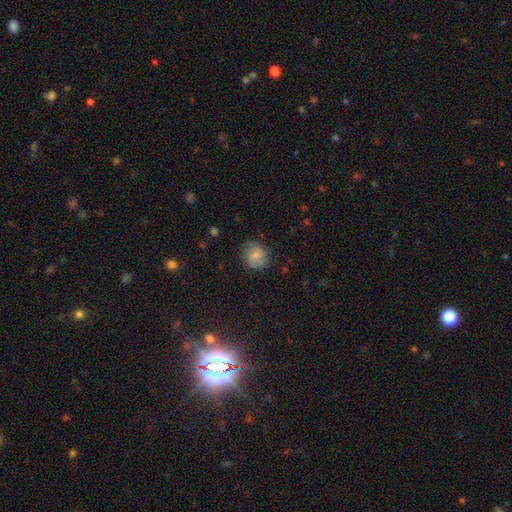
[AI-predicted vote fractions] Smooth or featured? smooth (75%)
How rounded? round (79%)
Merging? none (77%)